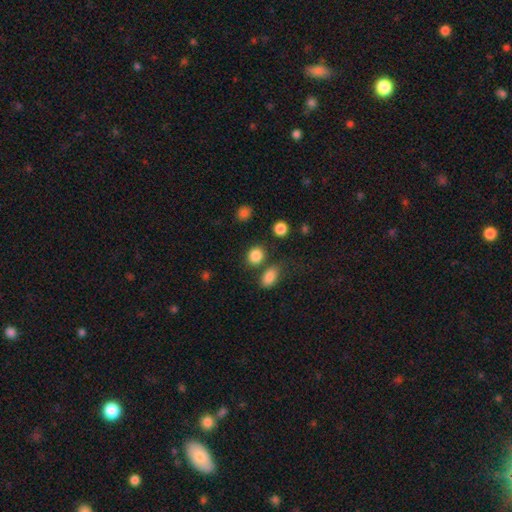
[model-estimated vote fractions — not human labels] A smooth galaxy with no disk features (85%) that is round (68%). Merging: none (73%).